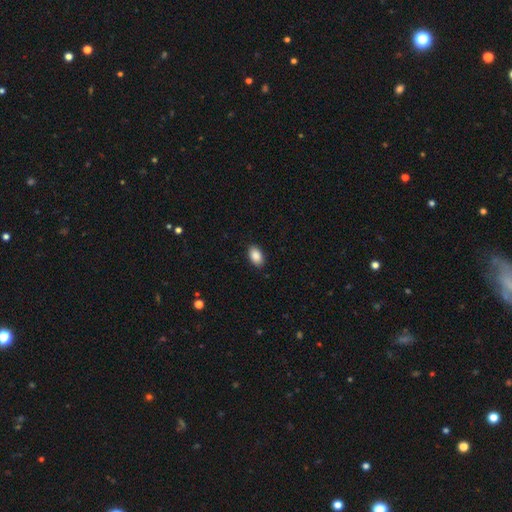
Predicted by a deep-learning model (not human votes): Overall: smooth (89%). How rounded: in between (92%). Merging: none (89%).